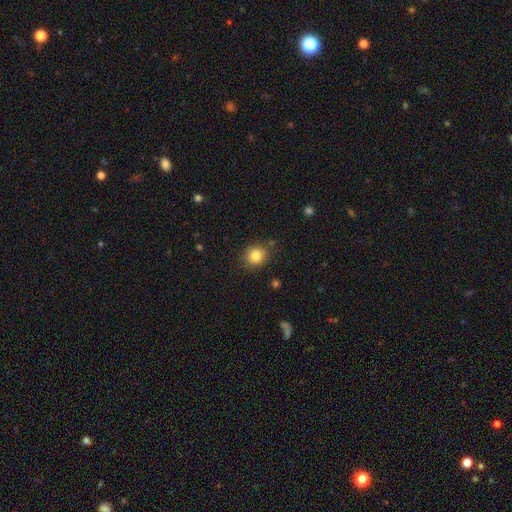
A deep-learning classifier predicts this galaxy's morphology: Smooth or featured? Predicted: smooth (p=0.84). How rounded? Predicted: round (p=0.77). Merging? Predicted: none (p=0.83).